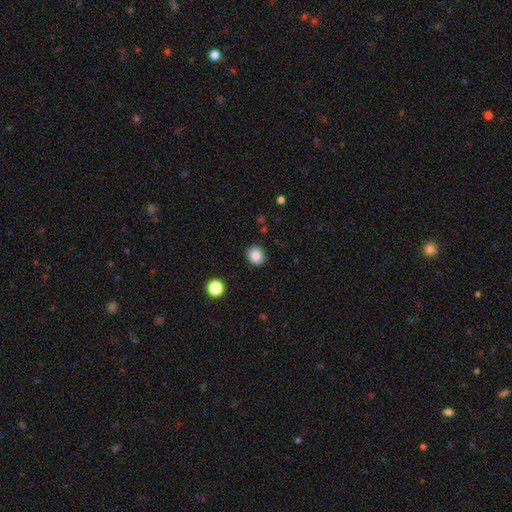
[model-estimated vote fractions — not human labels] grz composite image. It shows a smooth galaxy with no disk features (86%) that is round (80%). Merging: none (90%).